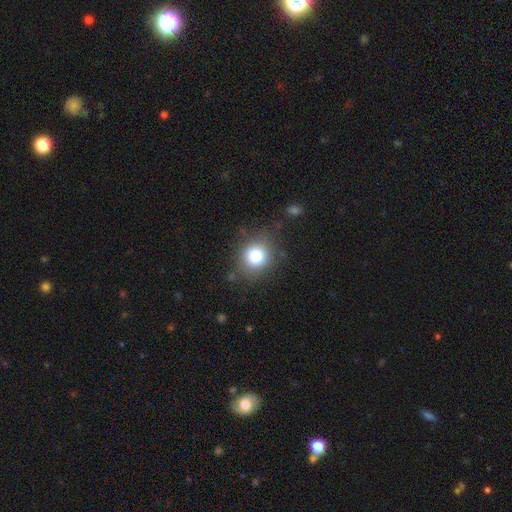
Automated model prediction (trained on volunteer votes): This appears to be a smooth galaxy with no disk features (81%) that is round (82%). Merging: none (76%).